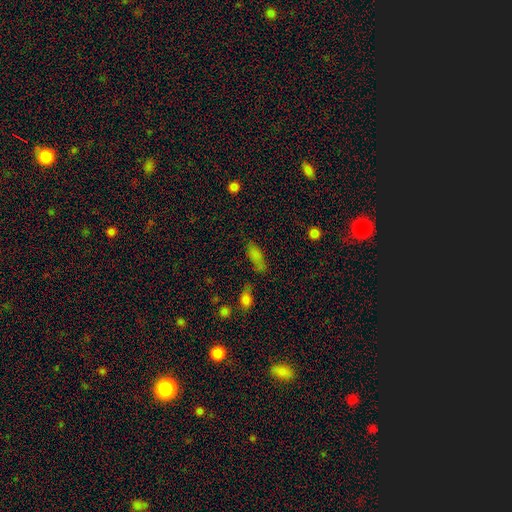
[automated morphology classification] Smooth or featured?
  - smooth: 77% *
  - star or artifact: 15%
  - featured or disk: 9%
How rounded?
  - in between: 74% *
  - cigar-shaped: 22%
  - round: 4%
Merging?
  - none: 55% *
  - minor disturbance: 20%
  - merger: 16%
  - major disturbance: 8%